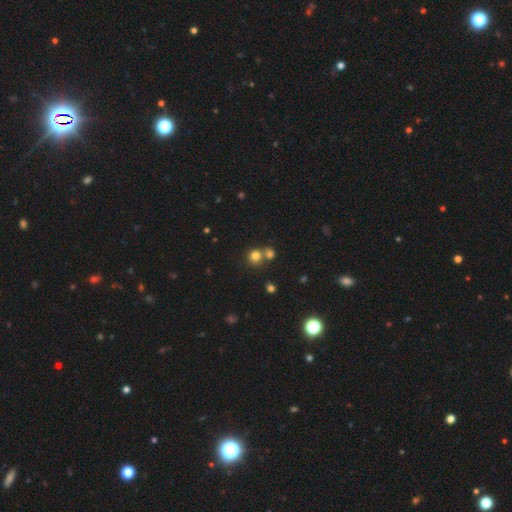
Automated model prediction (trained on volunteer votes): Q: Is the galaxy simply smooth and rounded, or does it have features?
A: smooth — 78%.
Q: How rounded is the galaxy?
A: round — 87%.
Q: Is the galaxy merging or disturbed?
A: none — 57%.